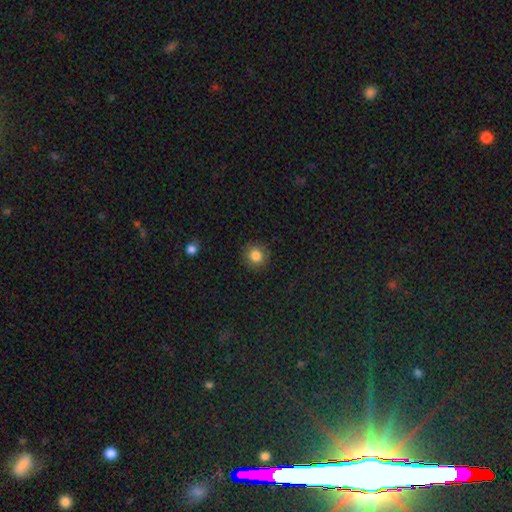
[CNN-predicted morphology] This appears to be a smooth galaxy with no disk features (84%) that is round (91%). Merging: none (88%).